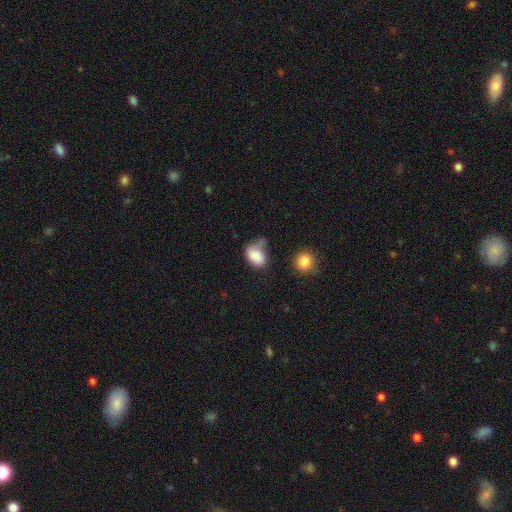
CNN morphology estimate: A smooth galaxy with no disk features (84%) that is in between round and cigar-shaped (79%). Merging: none (36%).